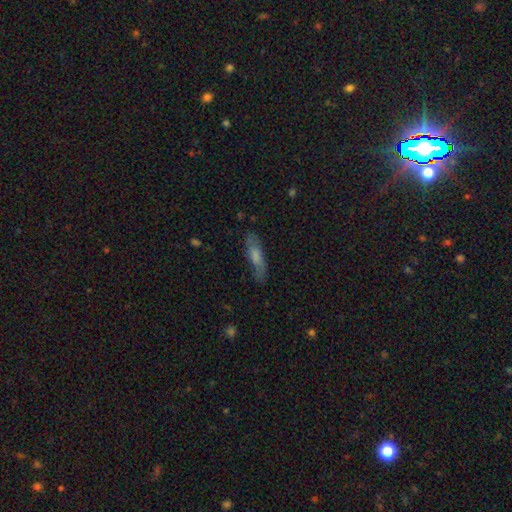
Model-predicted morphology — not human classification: Smooth or featured? Predicted: smooth (p=0.59). How rounded? Predicted: cigar-shaped (p=0.63). Merging? Predicted: none (p=0.72).